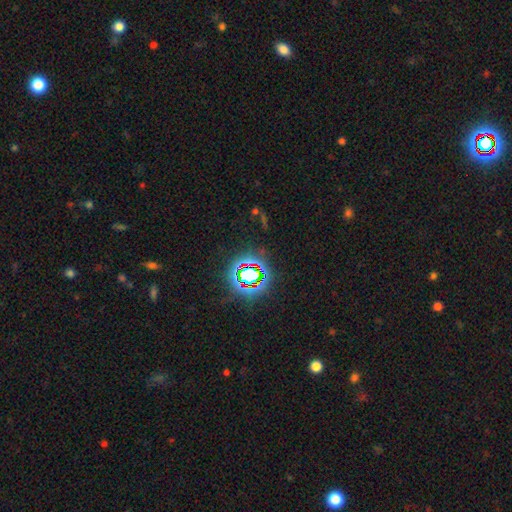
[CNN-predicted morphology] A star or artifact, not a galaxy (73%).